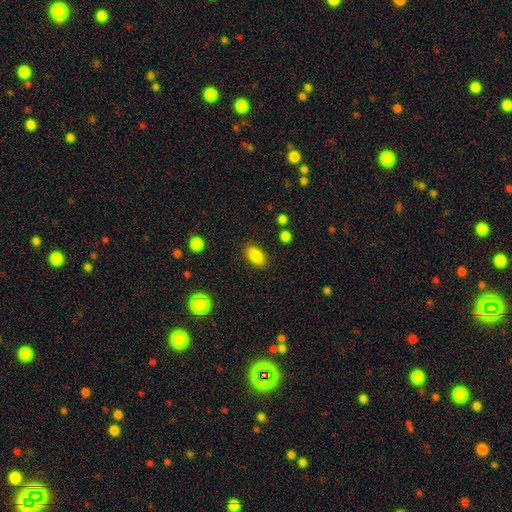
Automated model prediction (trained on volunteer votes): Smooth or featured? smooth (86%)
How rounded? in between (90%)
Merging? none (87%)